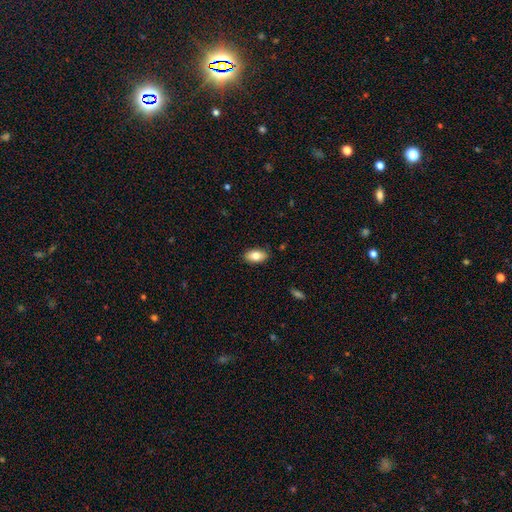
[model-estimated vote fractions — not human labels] Smooth or featured? smooth (80%)
How rounded? in between (92%)
Merging? none (87%)